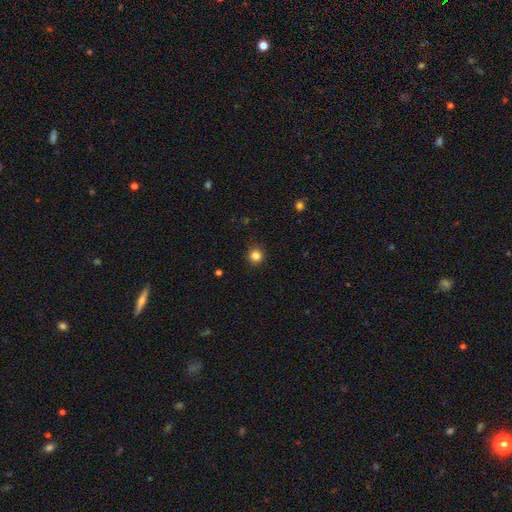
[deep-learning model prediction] This is clearly a smooth galaxy (83%). How rounded: clearly round (94%). Merging: clearly none (90%).